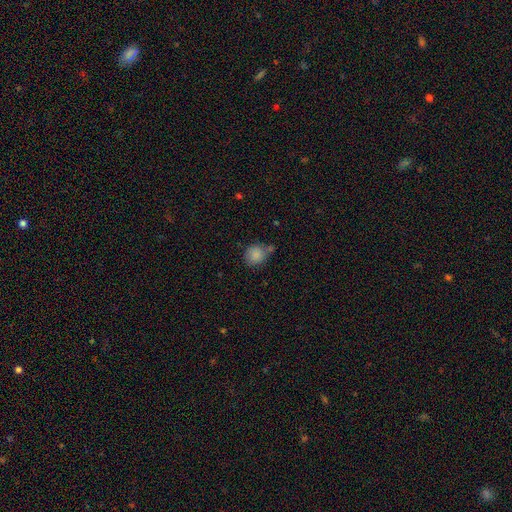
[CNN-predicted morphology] smooth 86%, star or artifact 9%, featured or disk 5%. Down the decision tree: how rounded — round (80%); merging — none (58%).